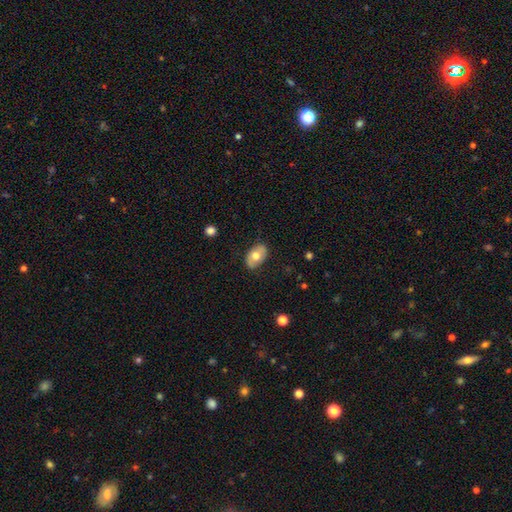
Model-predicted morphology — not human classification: Q: Smooth or featured?
A: smooth (63%); runner-up: featured or disk (30%)
Q: How rounded?
A: in between (88%); runner-up: round (11%)
Q: Merging?
A: none (81%); runner-up: minor disturbance (15%)